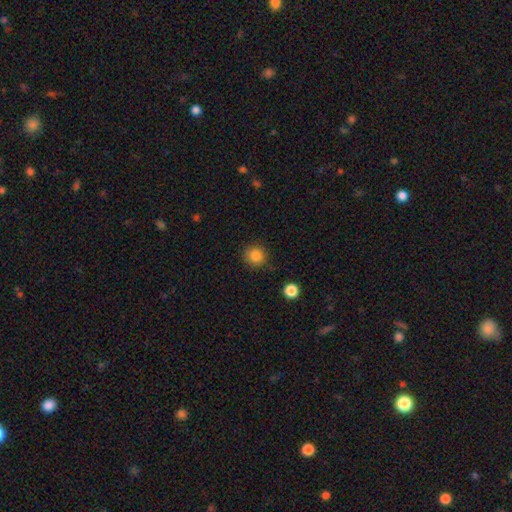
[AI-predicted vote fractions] Smooth or featured? Predicted: smooth (p=0.84). How rounded? Predicted: round (p=0.92). Merging? Predicted: none (p=0.88).